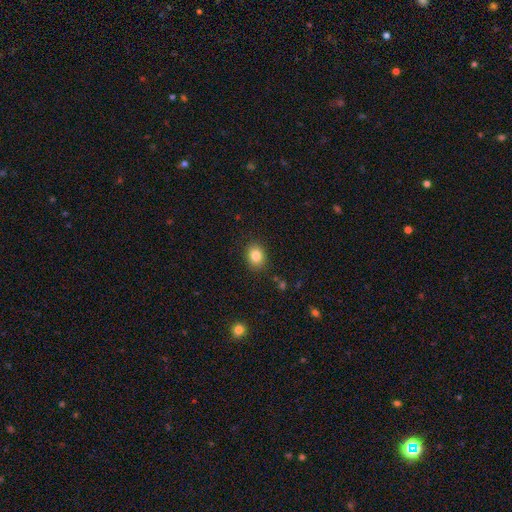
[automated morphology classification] Smooth or featured: smooth — 84% (star or artifact — 10%)
How rounded: in between — 51% (round — 48%)
Merging: none — 88% (minor disturbance — 9%)